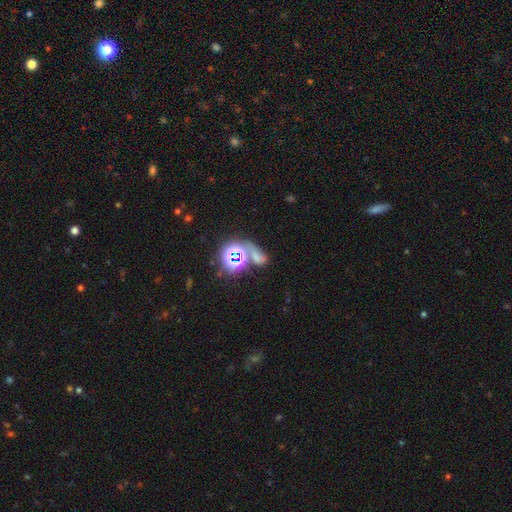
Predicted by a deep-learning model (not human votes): A star or artifact, not a galaxy (49%).

Vote fractions:
- Smooth or featured? star or artifact: 49% / smooth: 38% / featured or disk: 13%